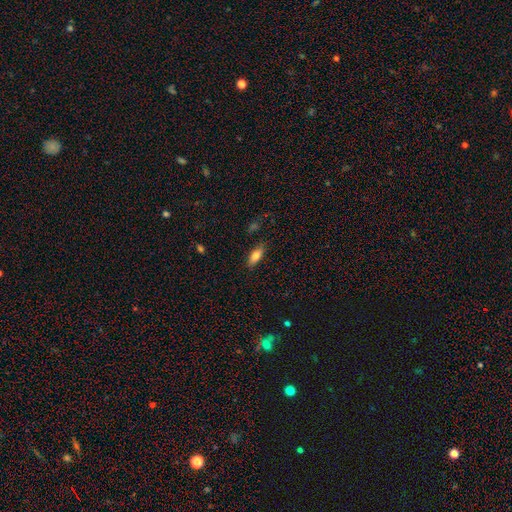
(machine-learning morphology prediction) Overall: smooth (79%). How rounded: in between (79%). Merging: none (82%).